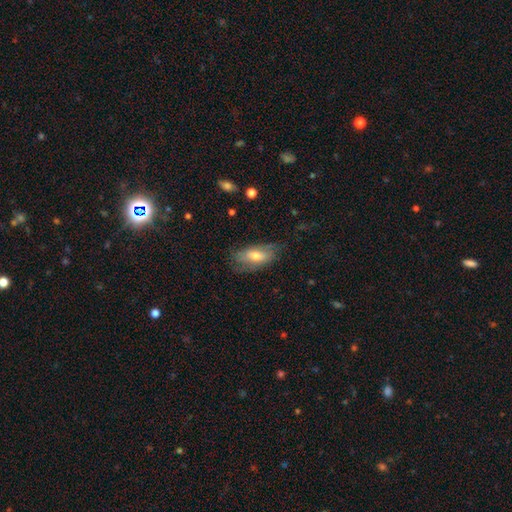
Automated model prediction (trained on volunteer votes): Smooth or featured? Predicted: smooth (p=0.52). How rounded? Predicted: in between (p=0.83). Merging? Predicted: none (p=0.60).